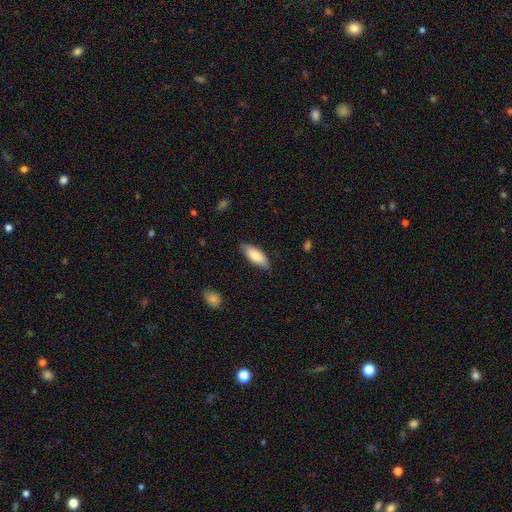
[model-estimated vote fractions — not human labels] A smooth galaxy with no disk features (79%) that is in between round and cigar-shaped (77%). Merging: none (82%).